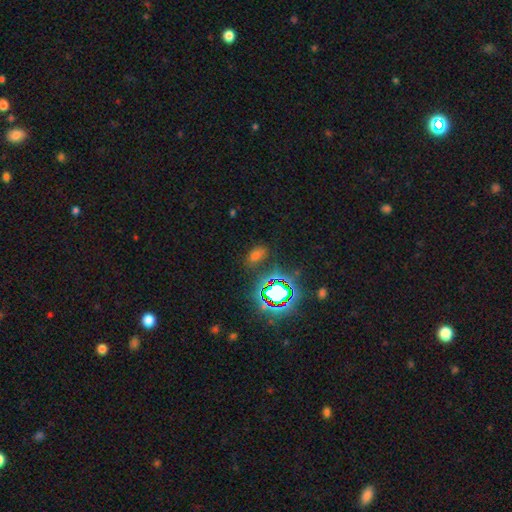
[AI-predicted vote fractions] Smooth or featured? Predicted: smooth (p=0.52). How rounded? Predicted: in between (p=0.82). Merging? Predicted: none (p=0.76).